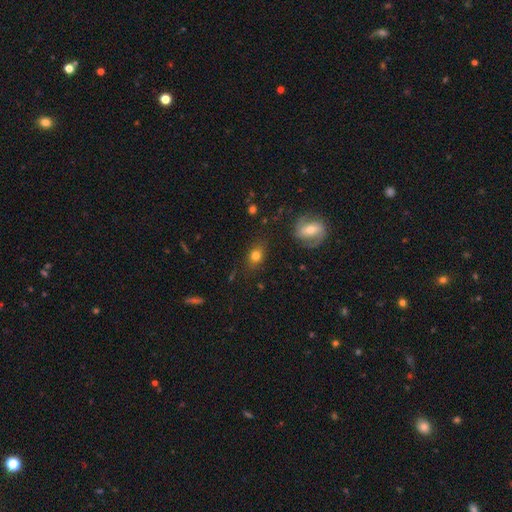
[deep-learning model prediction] Smooth or featured? smooth (74%)
How rounded? in between (57%)
Merging? none (77%)